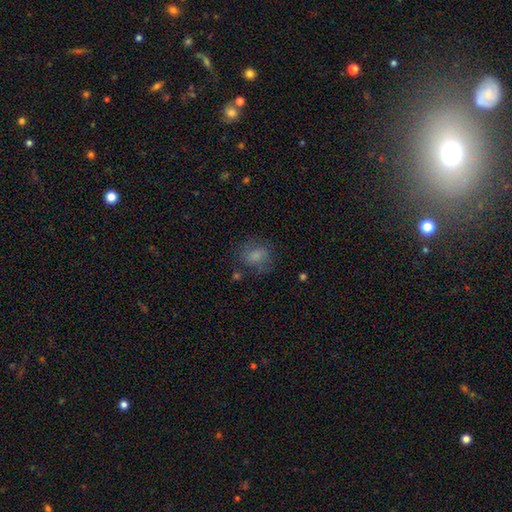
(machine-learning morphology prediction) A smooth galaxy with no disk features (73%) that is round (63%). Merging: none (69%).